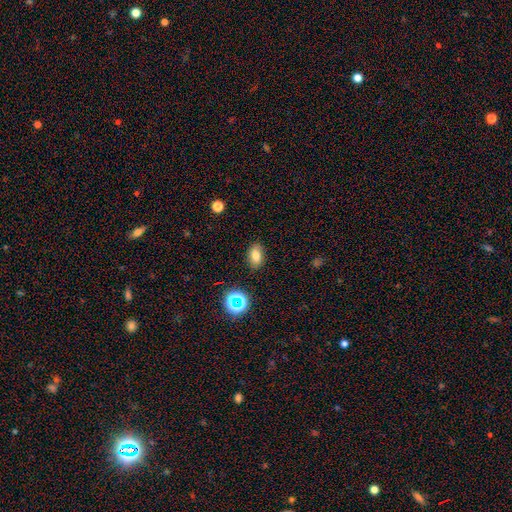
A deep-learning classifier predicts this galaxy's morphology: Overall: smooth (75%). How rounded: in between (85%). Merging: none (84%).